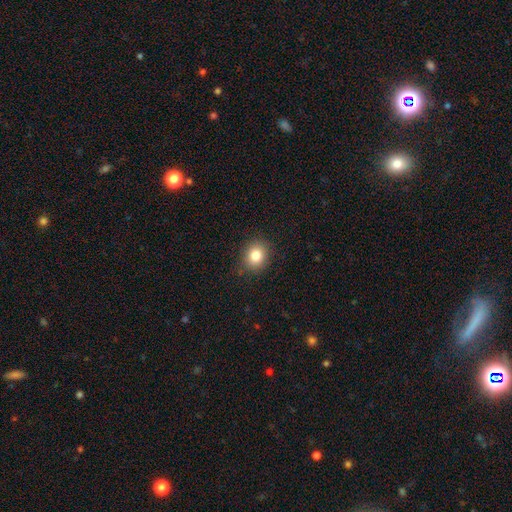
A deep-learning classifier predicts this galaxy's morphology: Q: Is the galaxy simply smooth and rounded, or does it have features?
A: smooth — 83%.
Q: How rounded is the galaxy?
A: round — 67%.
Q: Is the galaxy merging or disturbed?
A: none — 87%.